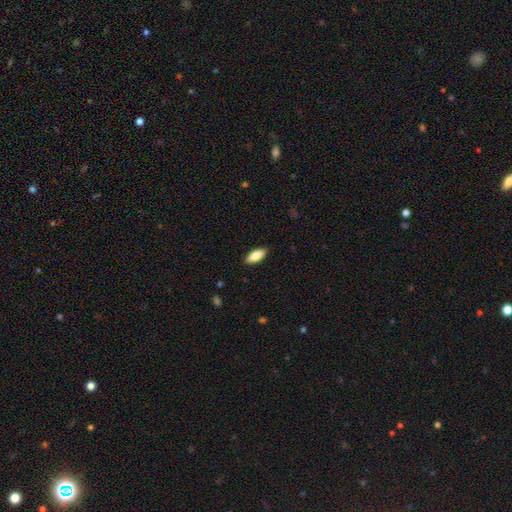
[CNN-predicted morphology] Overall: smooth (83%). How rounded: in between (79%). Merging: none (89%).